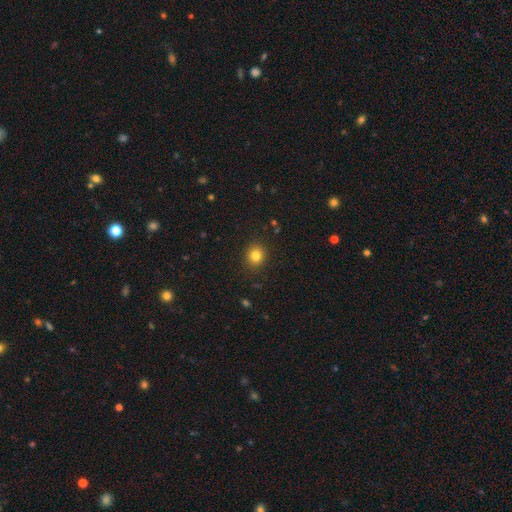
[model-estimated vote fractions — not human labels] Smooth or featured? Predicted: smooth (p=0.82). How rounded? Predicted: round (p=0.83). Merging? Predicted: none (p=0.90).